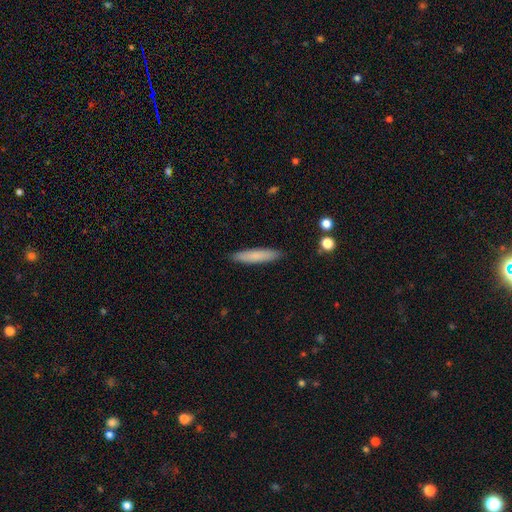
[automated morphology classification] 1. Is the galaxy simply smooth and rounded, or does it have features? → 79% smooth, 14% featured or disk, 6% star or artifact.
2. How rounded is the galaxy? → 88% cigar-shaped, 11% in between, 1% round.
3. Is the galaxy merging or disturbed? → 90% none, 7% minor disturbance, 2% major disturbance, 1% merger.